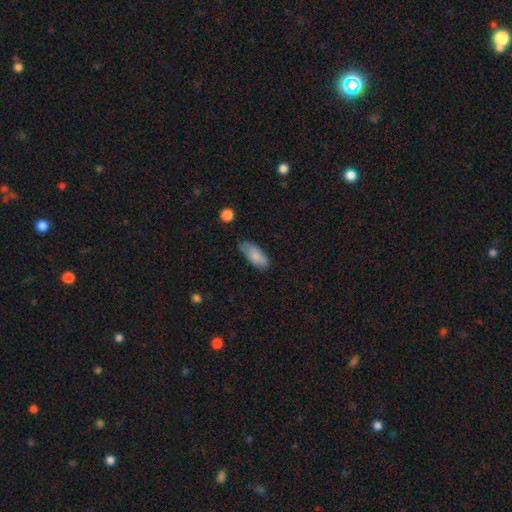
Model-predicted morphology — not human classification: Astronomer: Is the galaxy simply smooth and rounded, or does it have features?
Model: smooth — 83%.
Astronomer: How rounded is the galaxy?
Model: in between — 84%.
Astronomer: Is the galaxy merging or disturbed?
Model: none — 64%.